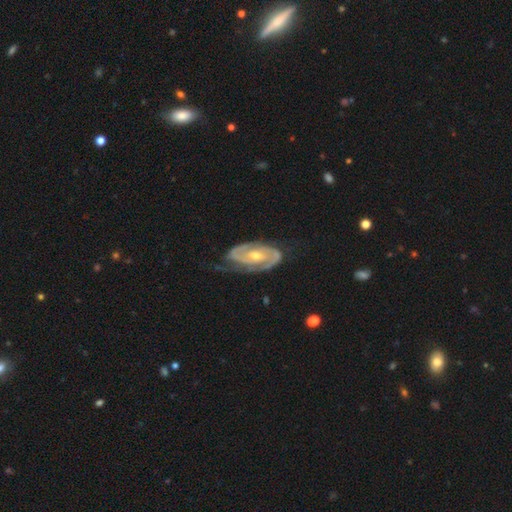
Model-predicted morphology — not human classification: Smooth or featured: featured or disk — 88% (smooth — 7%)
Edge-on disk: no — 96% (yes — 4%)
Bar: no — 51% (weak — 34%)
Spiral arms: yes — 96% (no — 4%)
Spiral winding: tight — 58% (medium — 34%)
Spiral arm count: 2 — 83% (can't tell — 8%)
Bulge size: moderate — 54% (small — 43%)
Merging: none — 67% (minor disturbance — 23%)